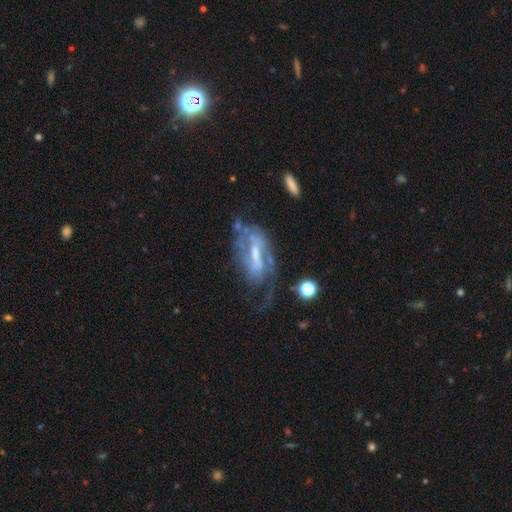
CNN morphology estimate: Smooth or featured: featured or disk — 83% (smooth — 10%)
Edge-on disk: no — 92% (yes — 8%)
Bar: weak — 46% (strong — 34%)
Spiral arms: yes — 89% (no — 11%)
Spiral winding: medium — 44% (tight — 35%)
Spiral arm count: 2 — 47% (can't tell — 26%)
Bulge size: moderate — 43% (small — 36%)
Merging: none — 44% (major disturbance — 29%)